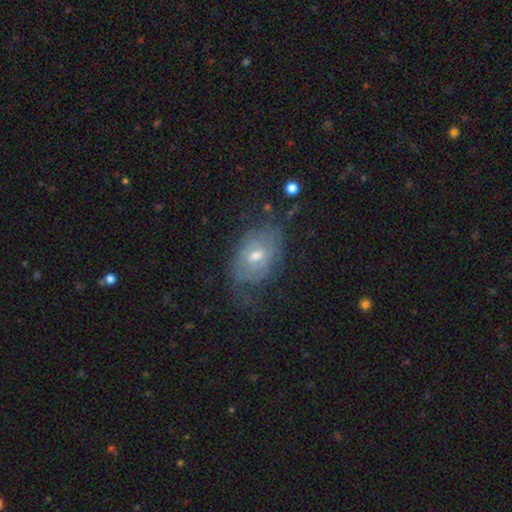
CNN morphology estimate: Smooth or featured? Predicted: featured or disk (p=0.53). Edge-on disk? Predicted: no (p=0.92). Merging? Predicted: none (p=0.50).